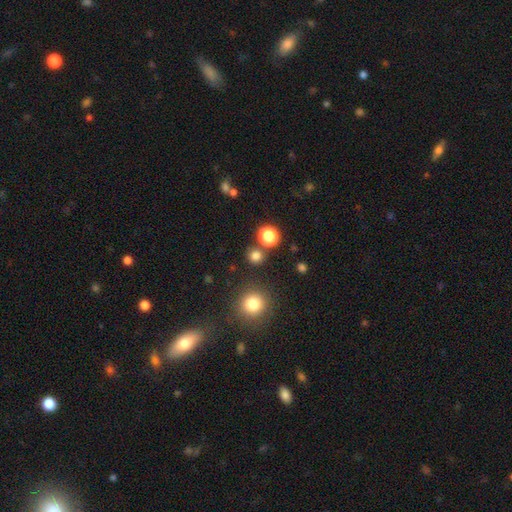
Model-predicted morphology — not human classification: A smooth galaxy with no disk features (77%) that is round (92%).

Vote fractions:
- Smooth or featured? smooth: 77% / star or artifact: 19% / featured or disk: 5%
- How rounded? round: 92% / in between: 7% / cigar-shaped: 1%
- Merging? none: 82% / merger: 9% / minor disturbance: 7% / major disturbance: 3%